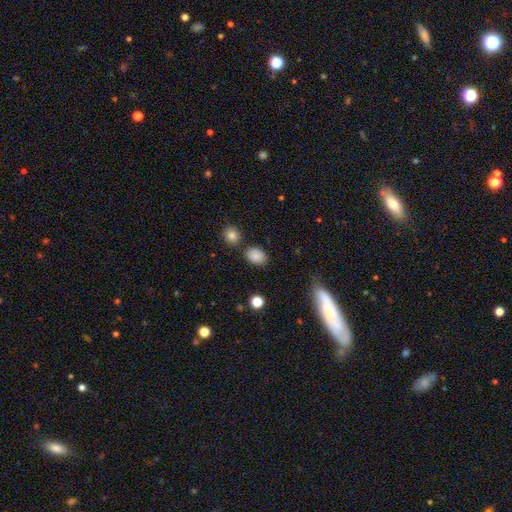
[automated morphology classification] Overall: smooth (84%). How rounded: in between (67%; round 32%). Merging: none (78%).